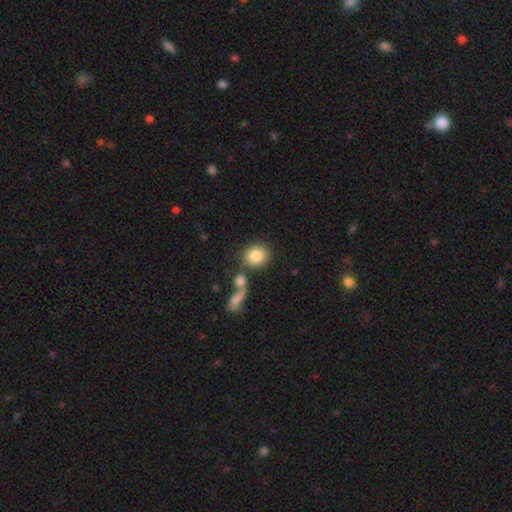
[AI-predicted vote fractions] Overall: smooth (84%). How rounded: round (78%). Merging: none (67%).